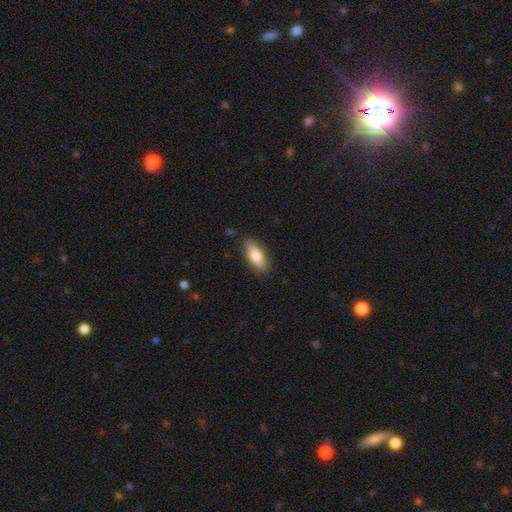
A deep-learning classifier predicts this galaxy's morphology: The model was most divided on "how rounded": in between: 75%, cigar-shaped: 22%, round: 3%. More confident: merging — none (85%); smooth or featured — smooth (78%).